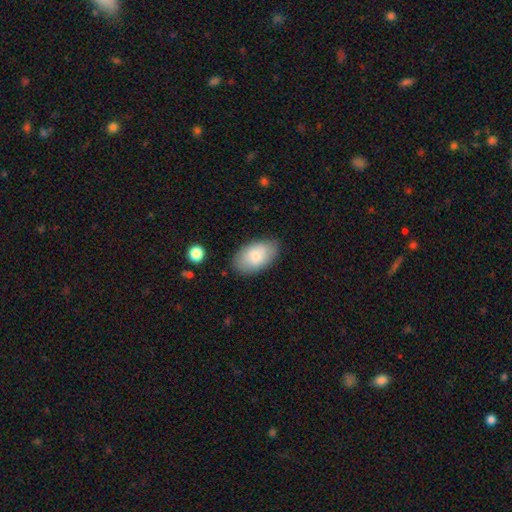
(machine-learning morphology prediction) Smooth or featured: smooth — 78% (featured or disk — 16%)
How rounded: in between — 94% (round — 5%)
Merging: none — 80% (minor disturbance — 15%)